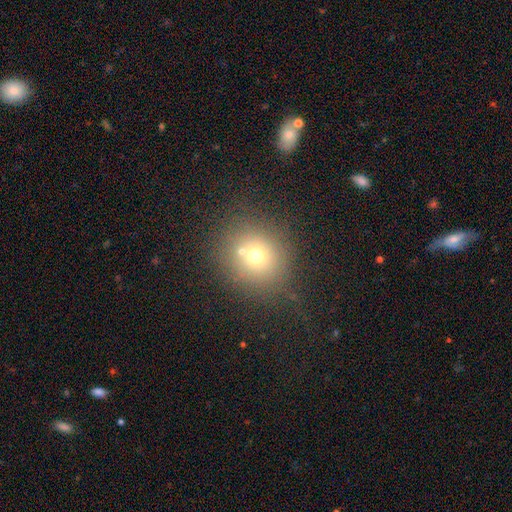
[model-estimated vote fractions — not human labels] Smooth or featured? smooth (66%)
How rounded? round (86%)
Merging? none (69%)